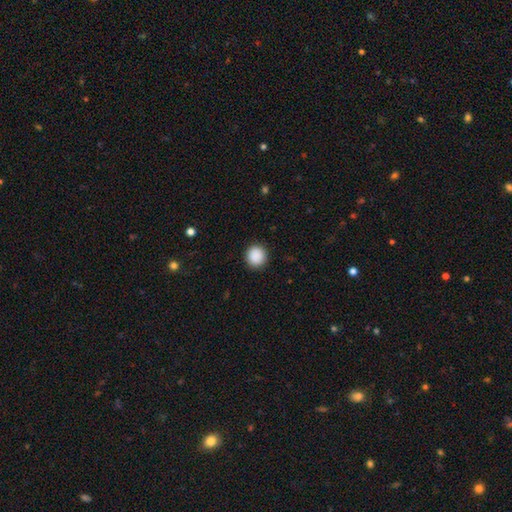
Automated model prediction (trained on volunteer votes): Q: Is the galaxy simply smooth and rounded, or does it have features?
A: smooth — 90%.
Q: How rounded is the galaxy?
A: round — 93%.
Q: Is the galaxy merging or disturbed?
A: none — 92%.